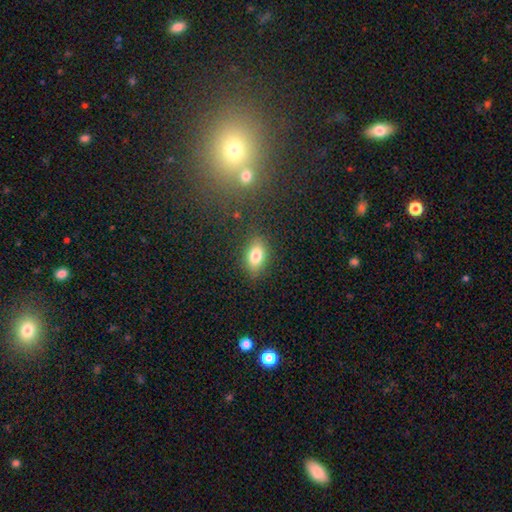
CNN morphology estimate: type=smooth (80%); roundness=in between (86%); merging=none (84%).